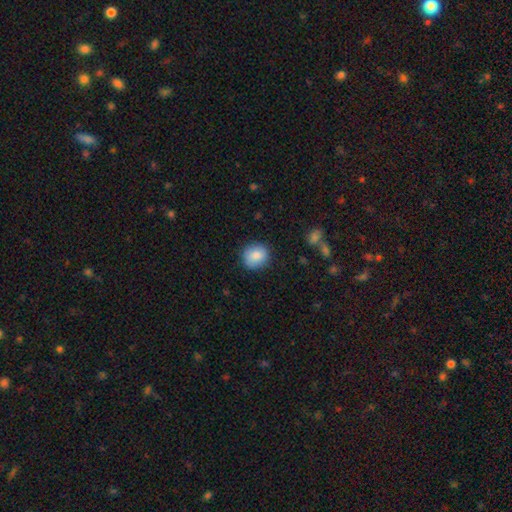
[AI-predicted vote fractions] smooth 86%, star or artifact 7%, featured or disk 6%. Down the decision tree: how rounded — round (84%); merging — none (86%).